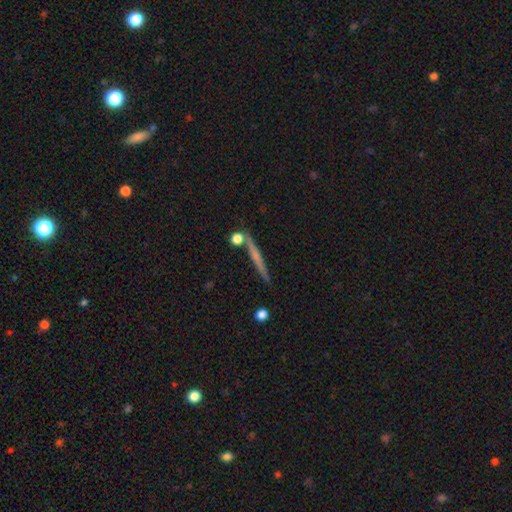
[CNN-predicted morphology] Smooth or featured? featured or disk (51%)
Edge-on disk? yes (96%)
Merging? none (83%)